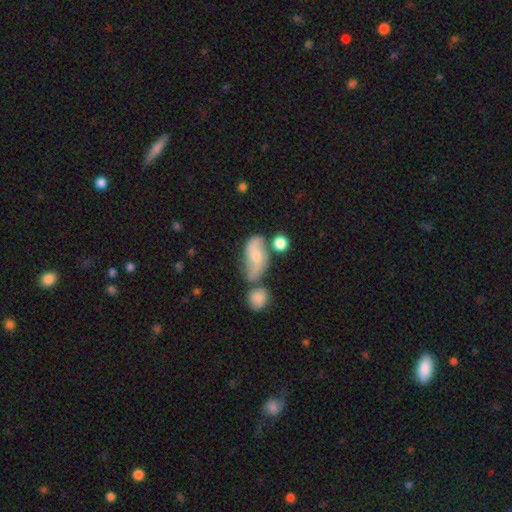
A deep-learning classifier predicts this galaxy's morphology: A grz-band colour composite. It shows a featured or disk galaxy (56%) with no bar (55%), spiral arms (85%) and a moderate central bulge (48%). Merging: none (49%).